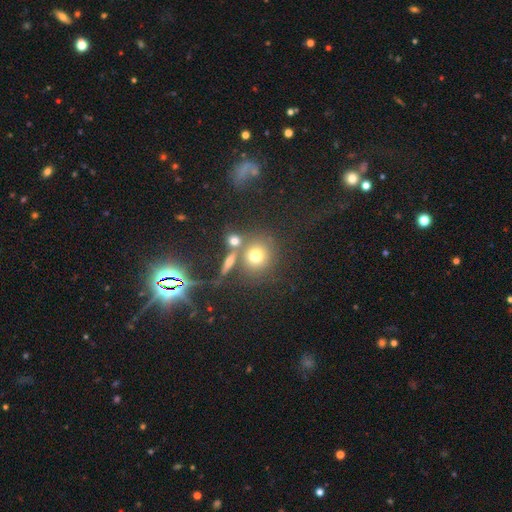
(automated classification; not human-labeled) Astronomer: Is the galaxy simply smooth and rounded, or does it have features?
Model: smooth — 68%.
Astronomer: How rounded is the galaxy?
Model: round — 85%.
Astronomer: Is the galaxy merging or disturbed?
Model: none — 60%.